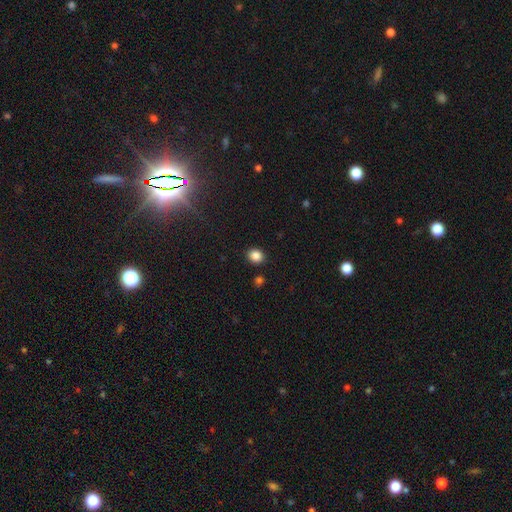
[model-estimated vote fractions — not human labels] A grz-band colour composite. It shows a smooth galaxy with no disk features (85%) that is round (66%). Merging: none (88%).